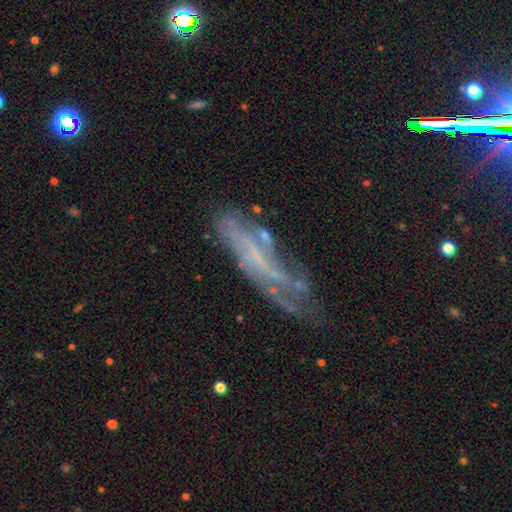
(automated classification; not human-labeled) Smooth or featured? Predicted: featured or disk (p=0.61). Edge-on disk? Predicted: no (p=0.66). Merging? Predicted: none (p=0.47).